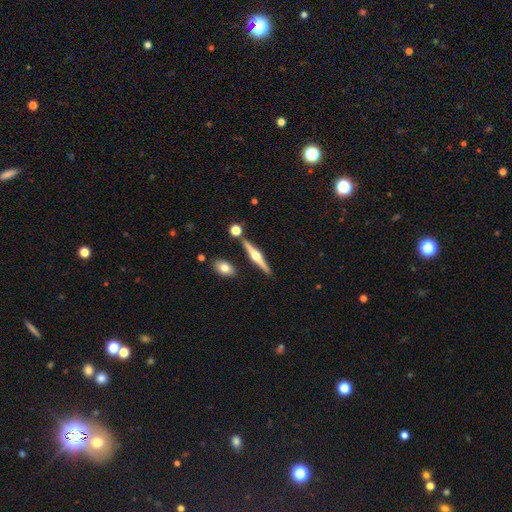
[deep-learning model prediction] A featured or disk galaxy (73%) viewed edge-on (97%) with a rounded central bulge (92%). Merging: none (84%).